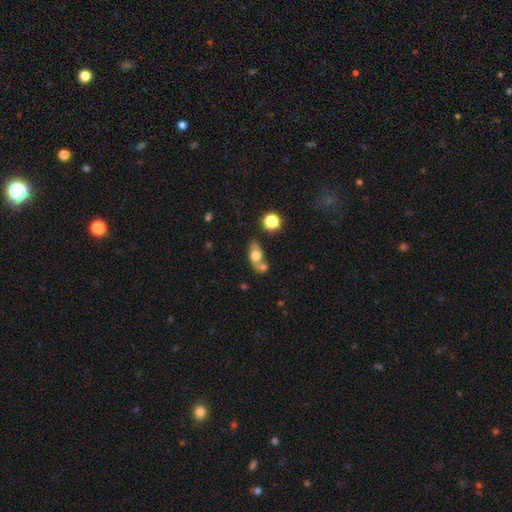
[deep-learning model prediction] smooth 68%, featured or disk 23%, star or artifact 10%. Down the decision tree: how rounded — in between (74%); merging — none (46%).